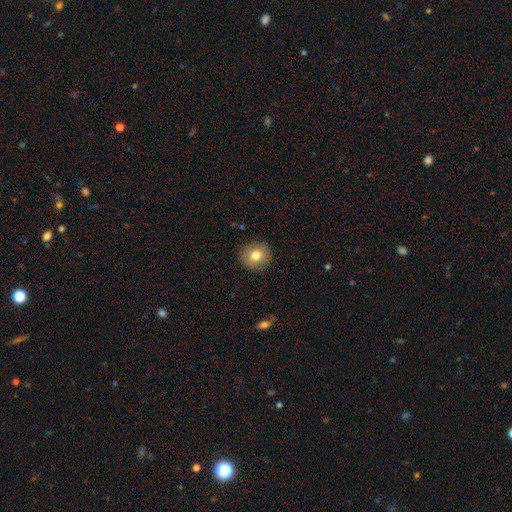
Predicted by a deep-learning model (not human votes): A smooth galaxy with no disk features (78%) that is round (87%). Merging: none (90%).